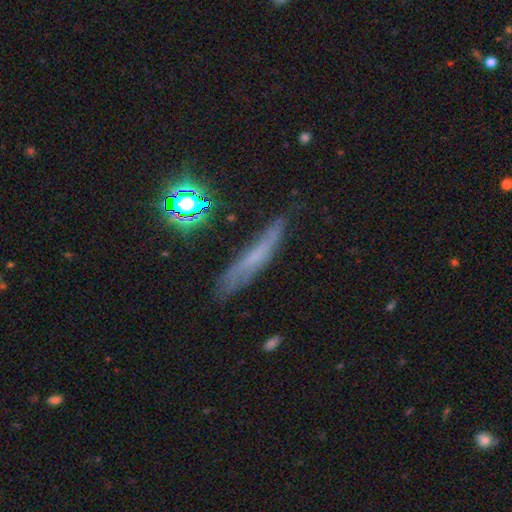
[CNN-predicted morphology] type=smooth (44%); merging=none (70%).